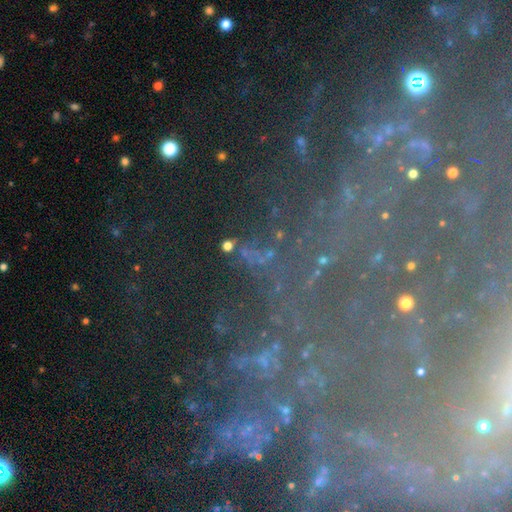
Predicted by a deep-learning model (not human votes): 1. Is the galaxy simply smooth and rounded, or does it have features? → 64% star or artifact, 21% featured or disk, 15% smooth.